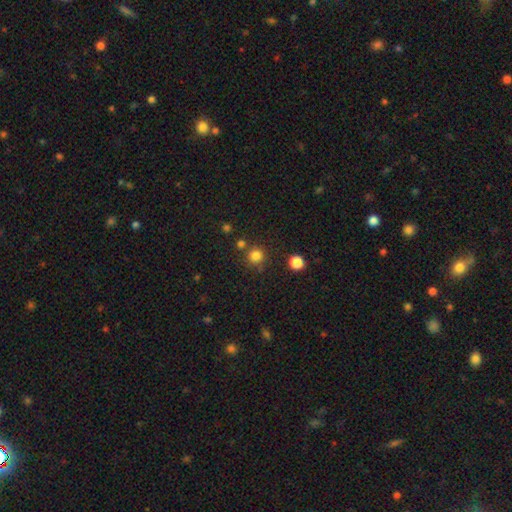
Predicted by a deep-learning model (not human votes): Q: Smooth or featured?
A: smooth (80%); runner-up: star or artifact (15%)
Q: How rounded?
A: round (94%); runner-up: in between (6%)
Q: Merging?
A: none (79%); runner-up: merger (9%)